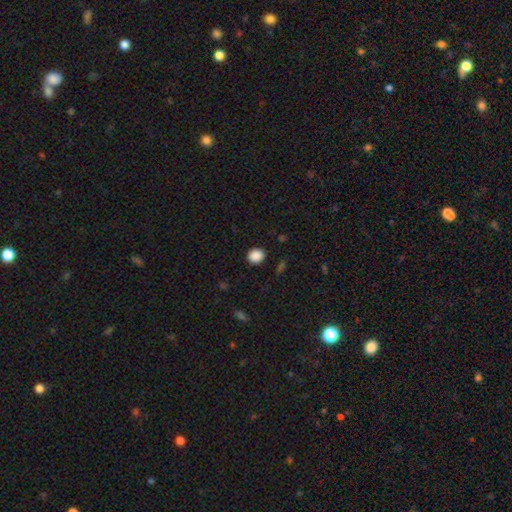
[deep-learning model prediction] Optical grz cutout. It shows a smooth galaxy with no disk features (88%) that is round (73%). Merging: none (89%).